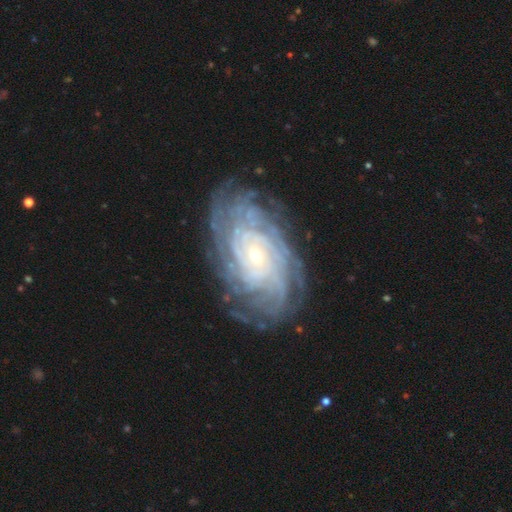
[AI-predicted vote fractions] This appears to be a featured or disk galaxy (89%) with no bar (76%), more than 4 (37%) tight (83%) spiral arms (97%) and a small central bulge (79%). Merging: none (79%).